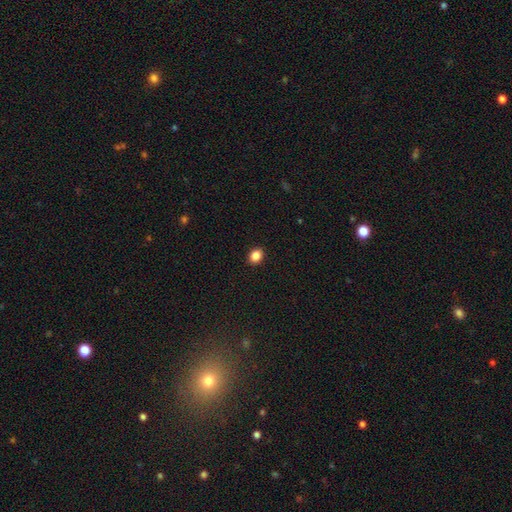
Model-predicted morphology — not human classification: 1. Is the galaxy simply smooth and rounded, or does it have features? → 86% smooth, 10% star or artifact, 4% featured or disk.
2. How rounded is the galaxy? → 55% in between, 44% round, 1% cigar-shaped.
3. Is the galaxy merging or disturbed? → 91% none, 6% minor disturbance, 2% major disturbance, 1% merger.